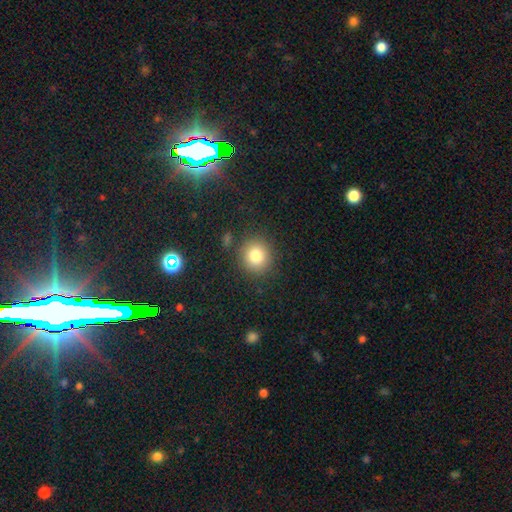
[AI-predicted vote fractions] smooth 81%, star or artifact 12%, featured or disk 8%. Down the decision tree: how rounded — round (89%); merging — none (87%).